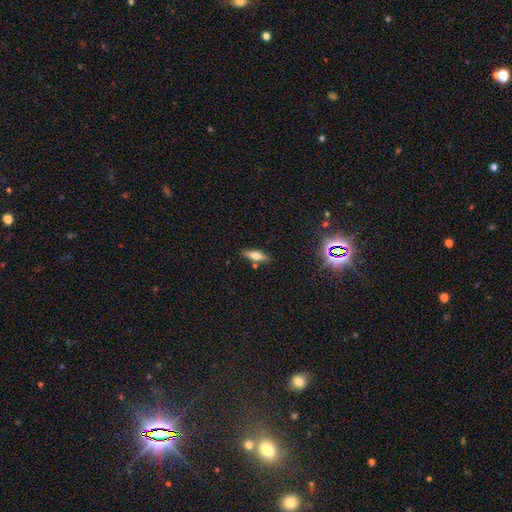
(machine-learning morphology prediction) Q: Smooth or featured?
A: smooth (58%); runner-up: featured or disk (32%)
Q: How rounded?
A: cigar-shaped (53%); runner-up: in between (44%)
Q: Merging?
A: none (79%); runner-up: minor disturbance (12%)